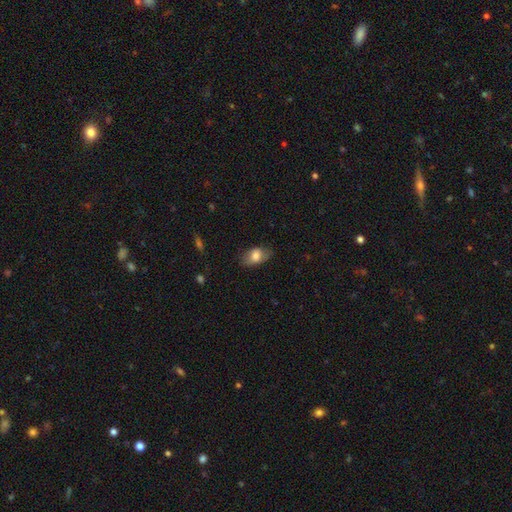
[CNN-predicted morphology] smooth-or-featured: smooth: 75% | featured or disk: 18% | star or artifact: 7%
  how-rounded: in between: 88% | round: 10% | cigar-shaped: 2%
  merging: none: 72% | minor disturbance: 21% | major disturbance: 5% | merger: 1%